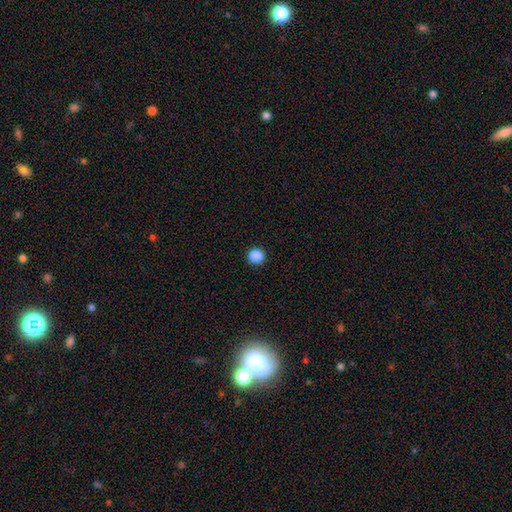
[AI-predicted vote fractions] Smooth or featured? Predicted: smooth (p=0.88). How rounded? Predicted: round (p=0.94). Merging? Predicted: none (p=0.92).